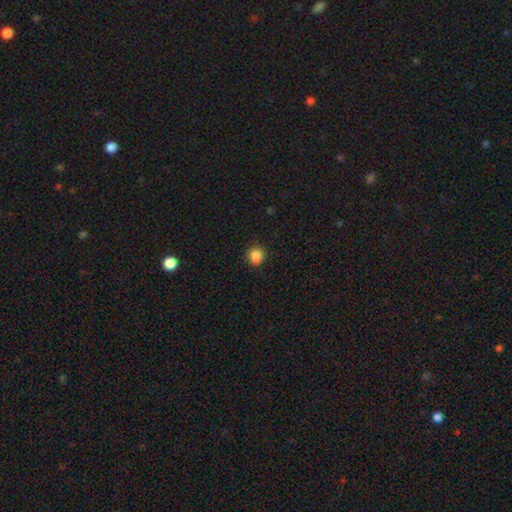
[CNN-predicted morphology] smooth 84%, star or artifact 11%, featured or disk 5%. Down the decision tree: how rounded — round (80%); merging — none (79%).